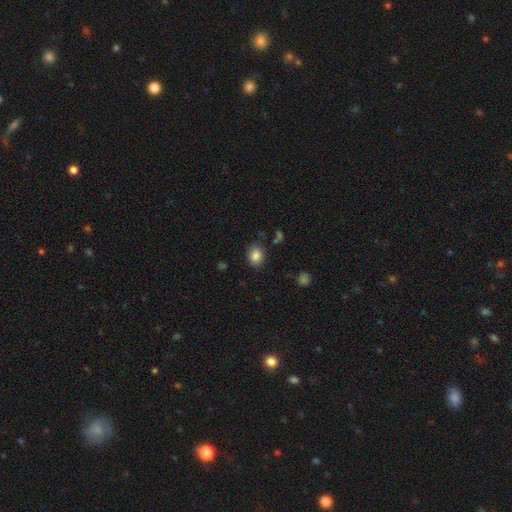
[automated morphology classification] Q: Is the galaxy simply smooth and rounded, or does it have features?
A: smooth — 85%.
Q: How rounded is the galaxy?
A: in between — 51%.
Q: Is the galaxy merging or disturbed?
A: none — 83%.